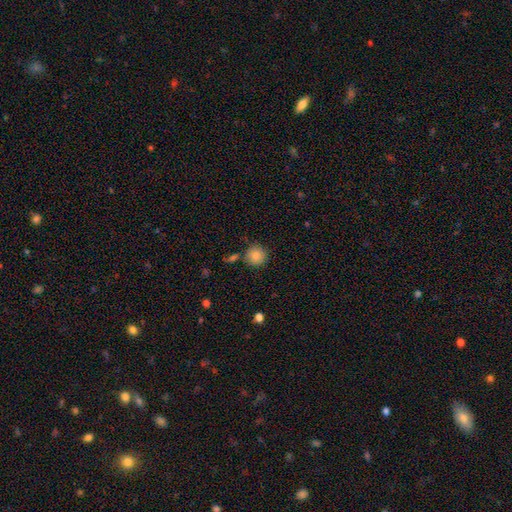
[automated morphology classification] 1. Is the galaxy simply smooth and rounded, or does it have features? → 86% smooth, 9% star or artifact, 5% featured or disk.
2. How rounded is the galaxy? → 94% round, 5% in between, 1% cigar-shaped.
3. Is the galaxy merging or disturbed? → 81% none, 10% minor disturbance, 7% merger, 3% major disturbance.